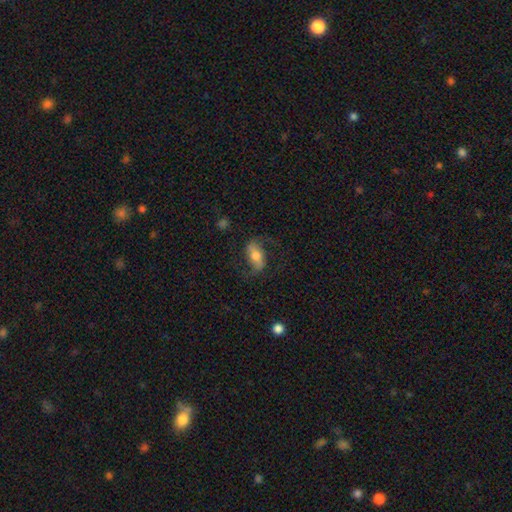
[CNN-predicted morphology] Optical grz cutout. It shows a featured or disk galaxy (58%) with a strong bar (39%), spiral arms (85%) and a moderate central bulge (62%). Merging: none (69%).